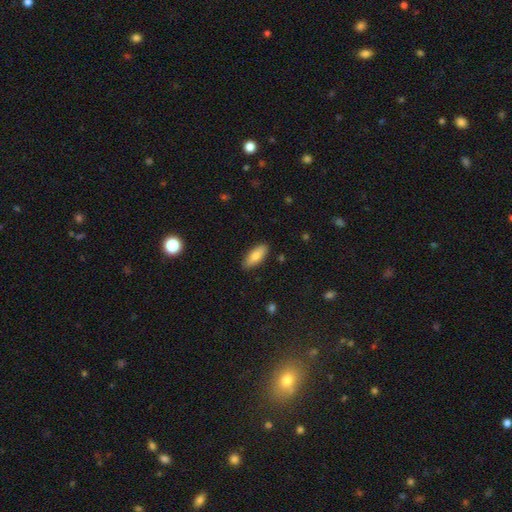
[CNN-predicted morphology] Smooth or featured? Predicted: smooth (p=0.79). How rounded? Predicted: in between (p=0.73). Merging? Predicted: none (p=0.87).